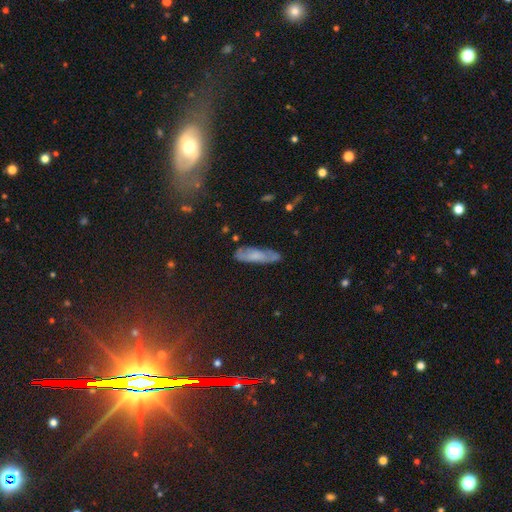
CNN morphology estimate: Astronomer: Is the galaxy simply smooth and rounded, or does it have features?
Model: smooth — 51% (runner-up: featured or disk, 38%).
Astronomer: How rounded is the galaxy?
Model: cigar-shaped — 61%.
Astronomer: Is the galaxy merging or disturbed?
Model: none — 74%.